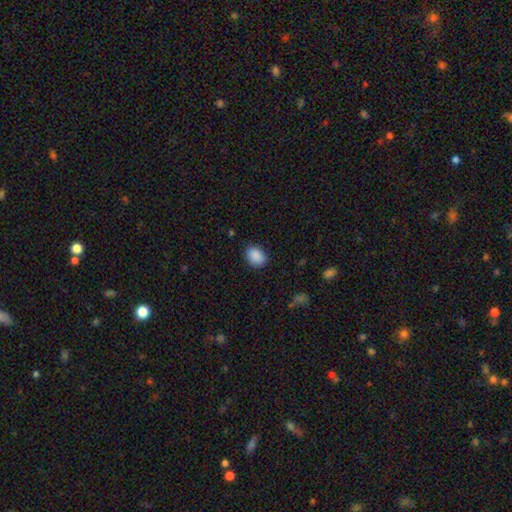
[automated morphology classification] This is clearly a smooth galaxy (89%). How rounded: likely in between (69%). Merging: clearly none (84%).